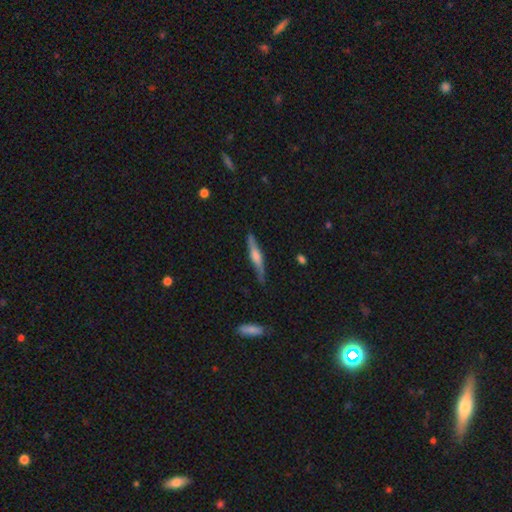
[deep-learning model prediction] Smooth or featured? Predicted: featured or disk (p=0.66). Edge-on disk? Predicted: yes (p=0.95). Edge-on bulge? Predicted: rounded (p=0.72). Merging? Predicted: none (p=0.80).